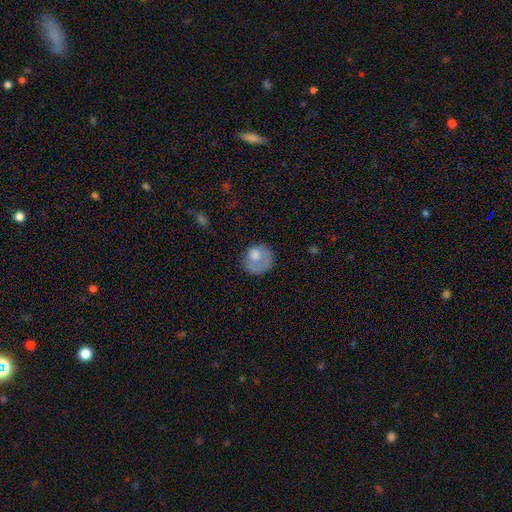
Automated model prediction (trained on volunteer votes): smooth-or-featured: smooth: 65% | featured or disk: 27% | star or artifact: 8%
  how-rounded: round: 77% | in between: 22% | cigar-shaped: 1%
  merging: none: 49% | major disturbance: 25% | minor disturbance: 23% | merger: 4%